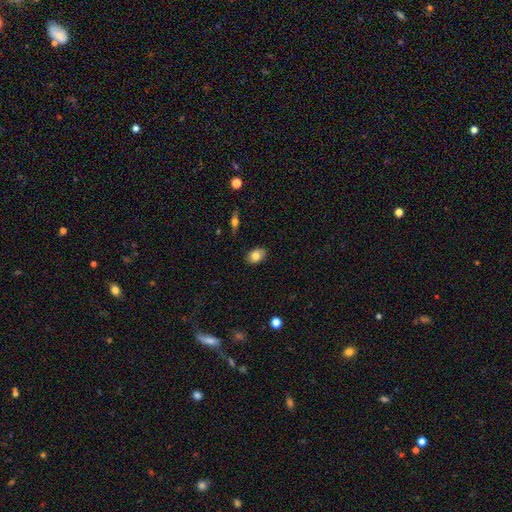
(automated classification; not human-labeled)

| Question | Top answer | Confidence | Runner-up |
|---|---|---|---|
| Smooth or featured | smooth | 79% | featured or disk (12%) |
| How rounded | in between | 77% | round (21%) |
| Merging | none | 85% | minor disturbance (11%) |